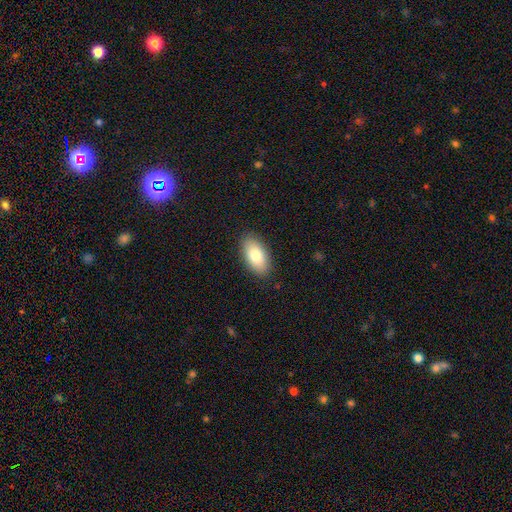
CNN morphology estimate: Q: Smooth or featured?
A: smooth (79%); runner-up: featured or disk (14%)
Q: How rounded?
A: in between (93%); runner-up: round (4%)
Q: Merging?
A: none (88%); runner-up: minor disturbance (9%)